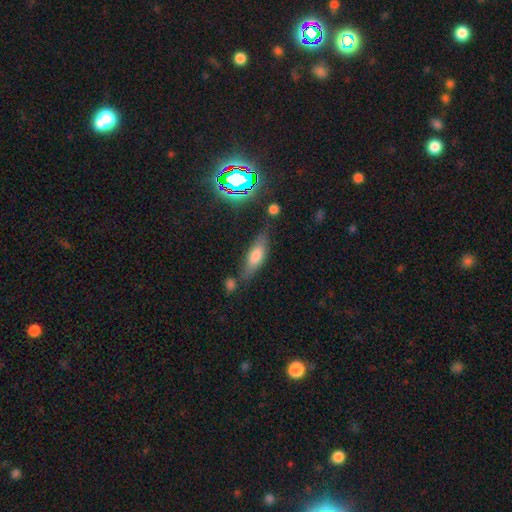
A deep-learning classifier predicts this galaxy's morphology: This is likely a smooth galaxy (61%). How rounded: possibly in between (52%). Merging: likely none (67%).